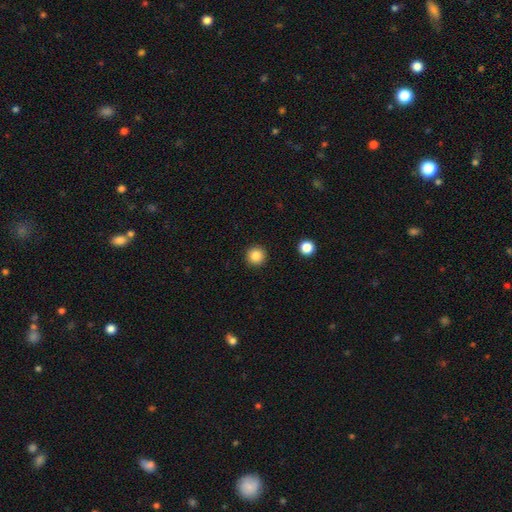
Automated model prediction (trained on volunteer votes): Smooth or featured?
  - smooth: 85% *
  - star or artifact: 10%
  - featured or disk: 5%
How rounded?
  - round: 96% *
  - in between: 3%
  - cigar-shaped: 1%
Merging?
  - none: 93% *
  - minor disturbance: 4%
  - major disturbance: 2%
  - merger: 1%